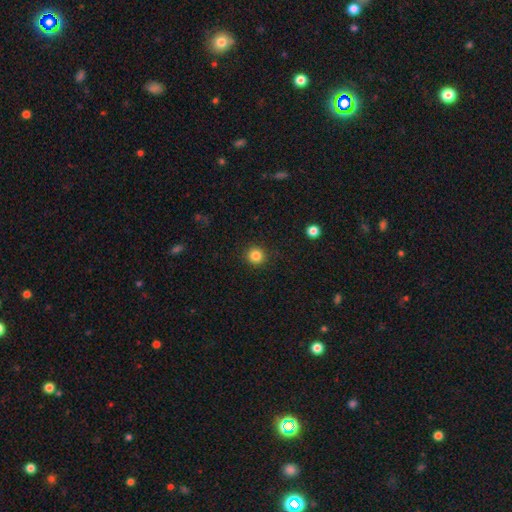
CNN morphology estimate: This is clearly a smooth galaxy (85%). How rounded: clearly round (94%). Merging: clearly none (91%).